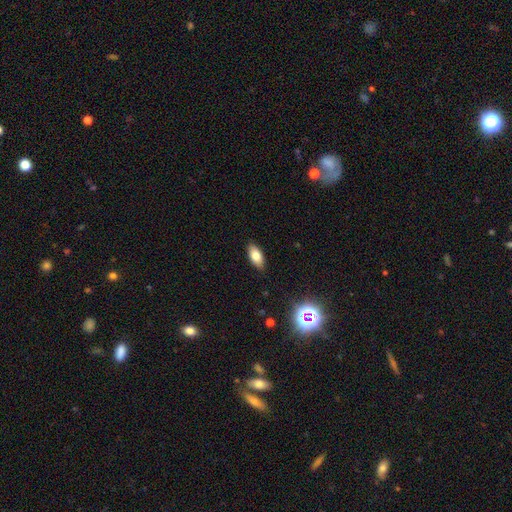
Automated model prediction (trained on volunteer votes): A smooth galaxy with no disk features (78%) that is in between round and cigar-shaped (88%).

Vote fractions:
- Smooth or featured? smooth: 78% / featured or disk: 13% / star or artifact: 9%
- How rounded? in between: 88% / cigar-shaped: 9% / round: 3%
- Merging? none: 88% / minor disturbance: 9% / major disturbance: 2% / merger: 1%